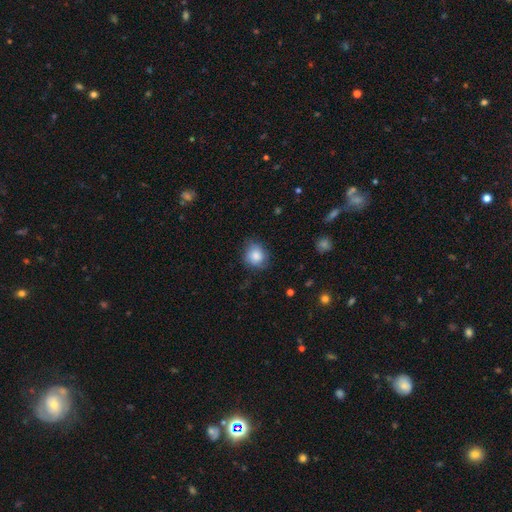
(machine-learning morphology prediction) Smooth or featured: smooth — 84% (star or artifact — 8%)
How rounded: round — 75% (in between — 24%)
Merging: none — 71% (minor disturbance — 23%)